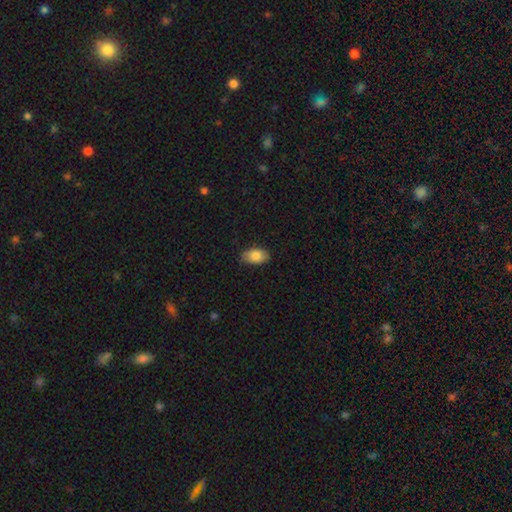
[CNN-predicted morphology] Smooth or featured?
  - smooth: 82% *
  - featured or disk: 11%
  - star or artifact: 7%
How rounded?
  - in between: 92% *
  - round: 6%
  - cigar-shaped: 2%
Merging?
  - none: 84% *
  - minor disturbance: 13%
  - major disturbance: 2%
  - merger: 1%